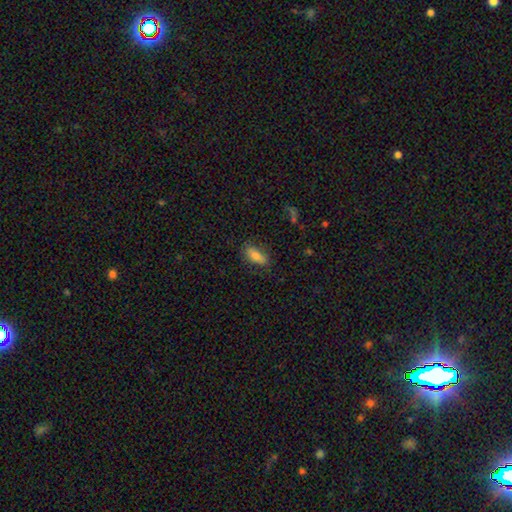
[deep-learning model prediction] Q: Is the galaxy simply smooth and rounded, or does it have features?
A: smooth — 74%.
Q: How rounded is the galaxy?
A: in between — 82%.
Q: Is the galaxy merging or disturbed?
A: none — 76%.